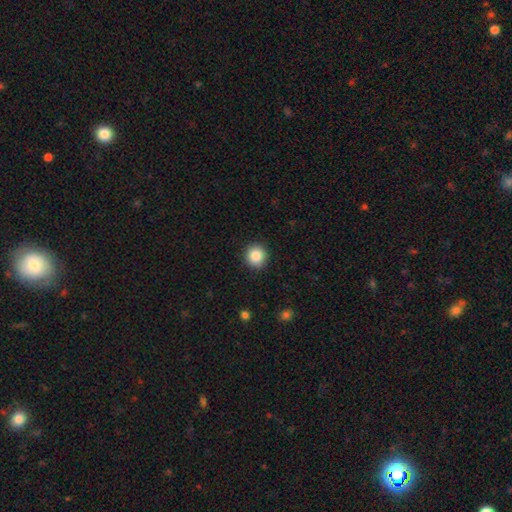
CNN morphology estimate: A smooth galaxy with no disk features (87%) that is round (93%).

Vote fractions:
- Smooth or featured? smooth: 87% / star or artifact: 9% / featured or disk: 4%
- How rounded? round: 93% / in between: 7% / cigar-shaped: 1%
- Merging? none: 91% / minor disturbance: 6% / major disturbance: 2% / merger: 1%